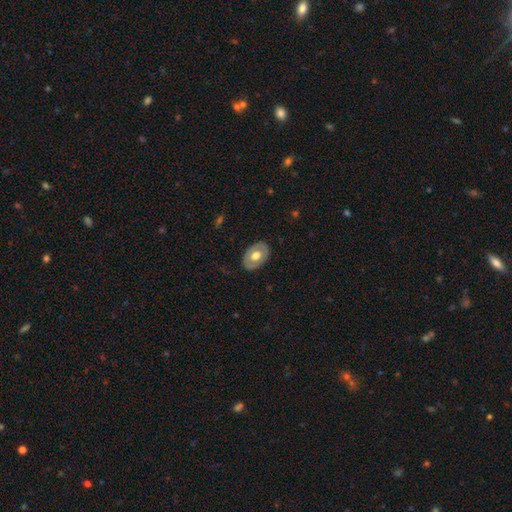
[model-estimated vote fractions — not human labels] smooth 53%, featured or disk 41%, star or artifact 6%. Down the decision tree: how rounded — in between (81%); merging — none (83%).